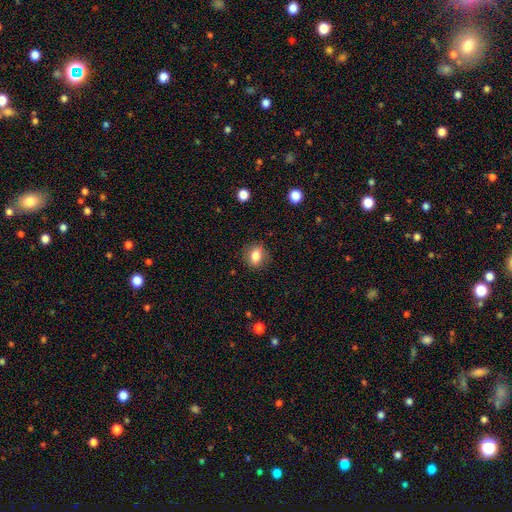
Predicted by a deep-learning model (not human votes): Morphology: type=smooth (80%); roundness=in between (54%); merging=none (83%).